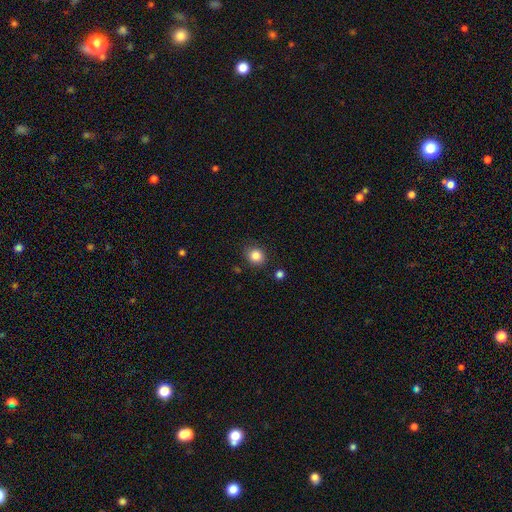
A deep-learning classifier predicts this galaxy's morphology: Smooth or featured: smooth — 85% (star or artifact — 11%)
How rounded: round — 76% (in between — 23%)
Merging: none — 84% (minor disturbance — 10%)